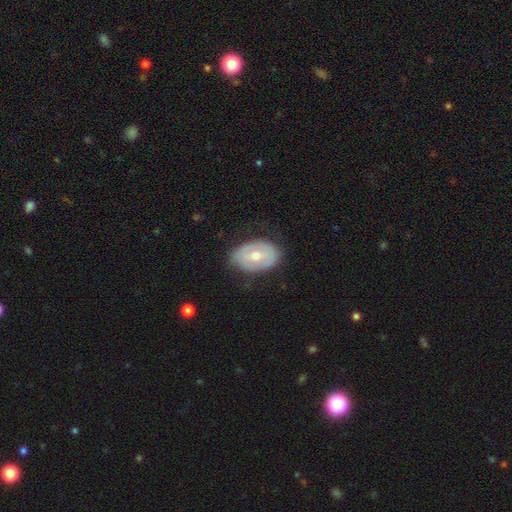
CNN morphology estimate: Smooth or featured? Predicted: smooth (p=0.47). Merging? Predicted: none (p=0.73).